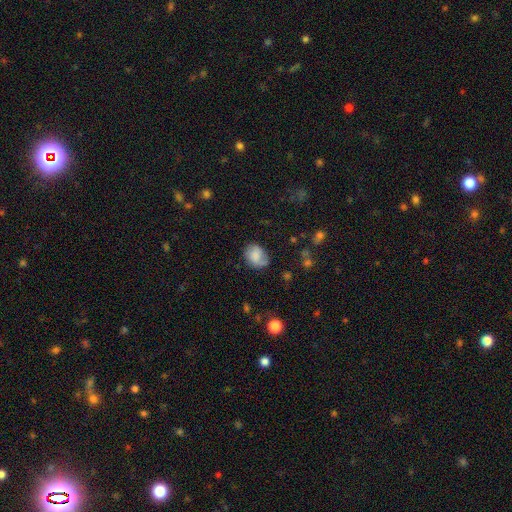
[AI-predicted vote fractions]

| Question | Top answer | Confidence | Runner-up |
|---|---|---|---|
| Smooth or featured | smooth | 69% | featured or disk (22%) |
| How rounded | in between | 59% | round (40%) |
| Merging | none | 57% | minor disturbance (29%) |